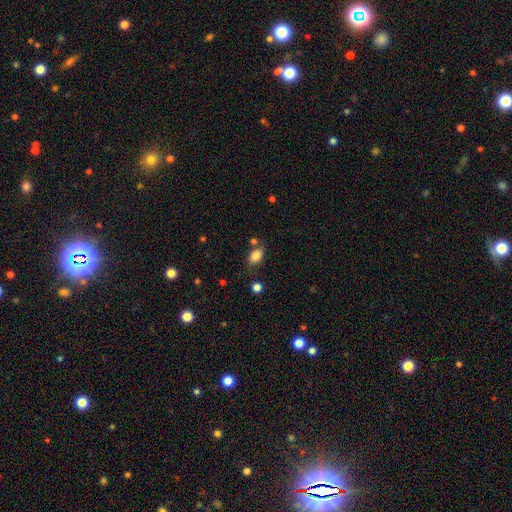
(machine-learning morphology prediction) smooth_or_featured: smooth (p=0.83) [alt: star or artifact p=0.10]
how_rounded: in between (p=0.79) [alt: round p=0.19]
merging: none (p=0.65) [alt: minor disturbance p=0.20]